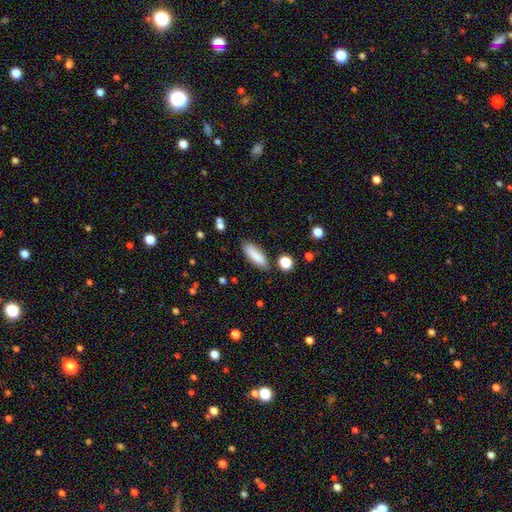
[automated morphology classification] type=smooth (85%); roundness=in between (54%); merging=none (81%).